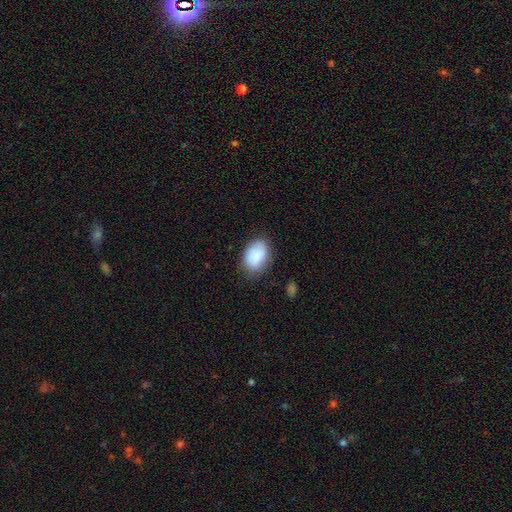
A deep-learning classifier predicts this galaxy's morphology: A smooth galaxy with no disk features (86%) that is in between round and cigar-shaped (85%).

Vote fractions:
- Smooth or featured? smooth: 86% / featured or disk: 7% / star or artifact: 7%
- How rounded? in between: 85% / round: 14% / cigar-shaped: 1%
- Merging? none: 73% / minor disturbance: 20% / major disturbance: 5% / merger: 2%